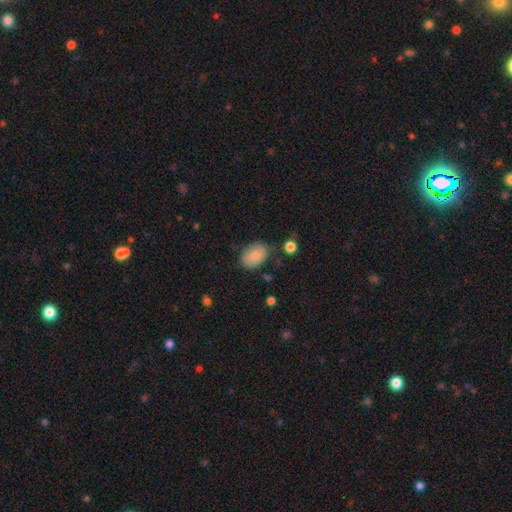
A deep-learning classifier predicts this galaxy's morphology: smooth-or-featured: smooth: 83% | featured or disk: 10% | star or artifact: 7%
  how-rounded: in between: 82% | round: 17% | cigar-shaped: 1%
  merging: none: 71% | minor disturbance: 21% | major disturbance: 5% | merger: 3%